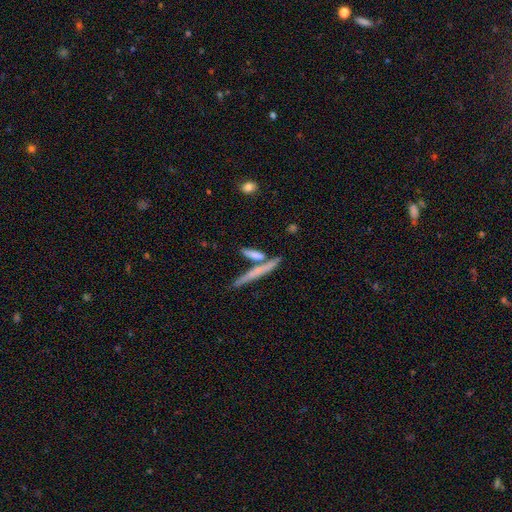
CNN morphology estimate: smooth-or-featured: smooth: 60% | featured or disk: 33% | star or artifact: 7%
  how-rounded: cigar-shaped: 86% | in between: 11% | round: 3%
  merging: none: 63% | merger: 22% | minor disturbance: 11% | major disturbance: 4%